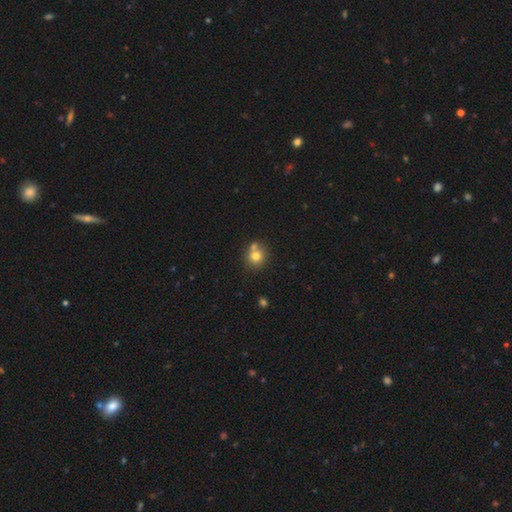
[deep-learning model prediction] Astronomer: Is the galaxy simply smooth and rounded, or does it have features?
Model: smooth — 75%.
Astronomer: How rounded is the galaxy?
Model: round — 86%.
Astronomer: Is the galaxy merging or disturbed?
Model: none — 57%.